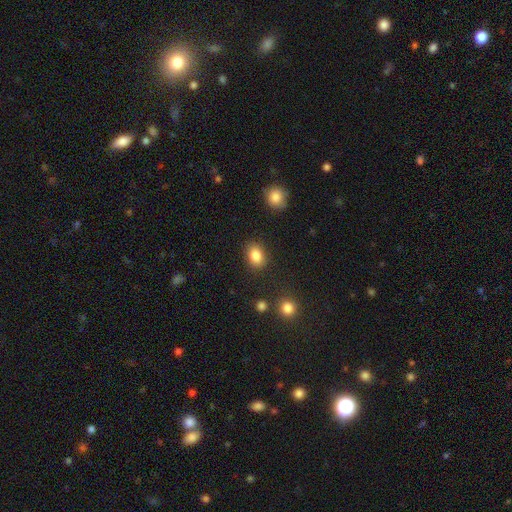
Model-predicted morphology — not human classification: Q: Smooth or featured?
A: smooth (85%); runner-up: star or artifact (9%)
Q: How rounded?
A: in between (67%); runner-up: round (32%)
Q: Merging?
A: none (85%); runner-up: minor disturbance (10%)